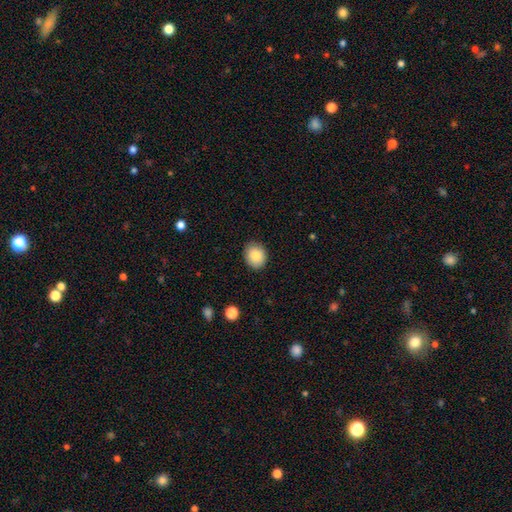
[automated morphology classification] The model was most divided on "how rounded": round: 59%, in between: 40%, cigar-shaped: 1%. More confident: merging — none (87%); smooth or featured — smooth (87%).